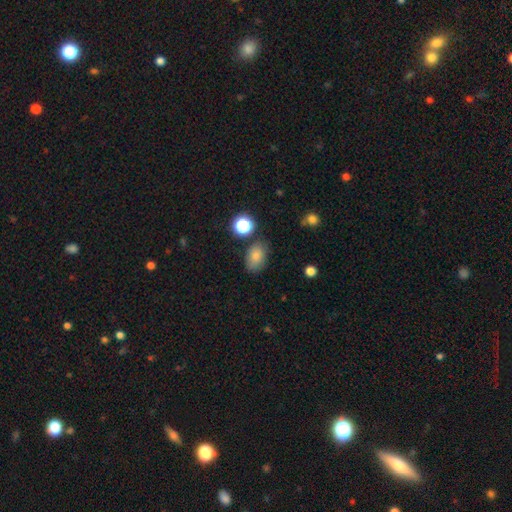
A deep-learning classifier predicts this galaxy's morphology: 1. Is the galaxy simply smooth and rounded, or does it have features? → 81% smooth, 11% star or artifact, 8% featured or disk.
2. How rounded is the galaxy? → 82% in between, 17% round, 1% cigar-shaped.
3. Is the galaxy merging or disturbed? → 74% none, 17% minor disturbance, 4% major disturbance, 4% merger.